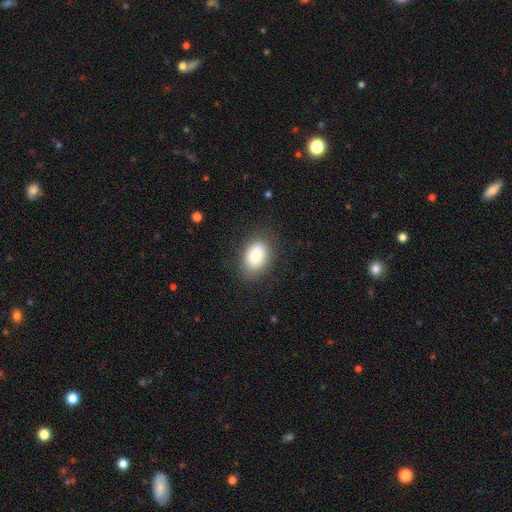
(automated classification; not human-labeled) The model was most divided on "how rounded": in between: 83%, round: 16%, cigar-shaped: 1%. More confident: smooth or featured — smooth (85%); merging — none (82%).